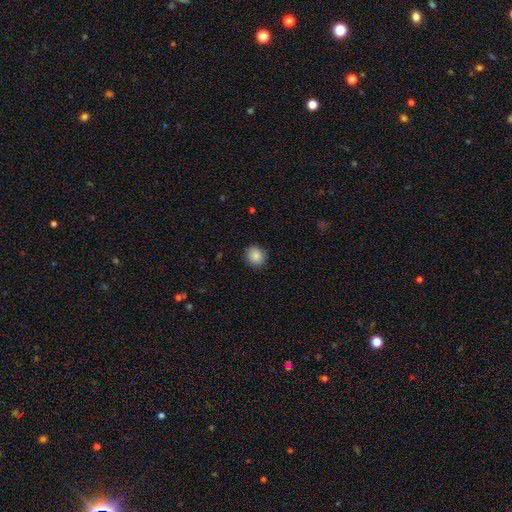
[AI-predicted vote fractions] Smooth or featured? smooth (88%)
How rounded? round (79%)
Merging? none (88%)